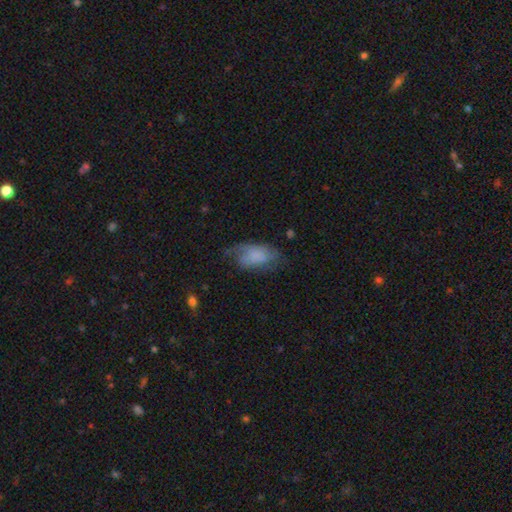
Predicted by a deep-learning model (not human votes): smooth-or-featured: smooth: 64% | featured or disk: 28% | star or artifact: 8%
  how-rounded: in between: 92% | round: 4% | cigar-shaped: 3%
  merging: none: 42% | minor disturbance: 32% | major disturbance: 24% | merger: 2%